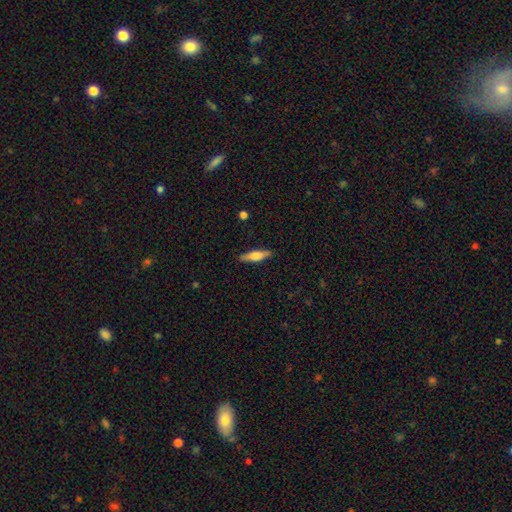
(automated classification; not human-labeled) Morphology: type=smooth (58%); roundness=cigar-shaped (69%); merging=none (88%).